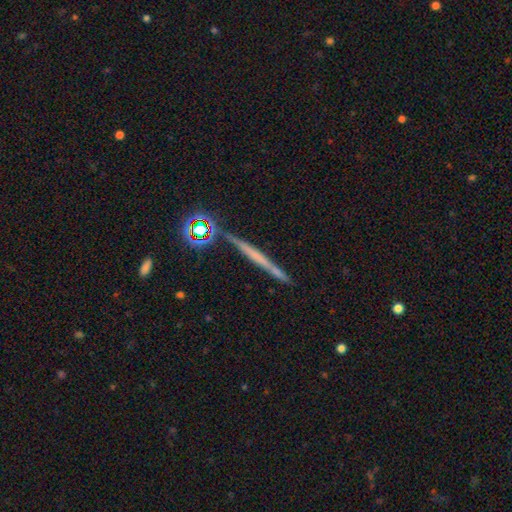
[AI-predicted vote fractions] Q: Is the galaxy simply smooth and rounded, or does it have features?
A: featured or disk — 47%.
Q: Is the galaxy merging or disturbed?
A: none — 82%.